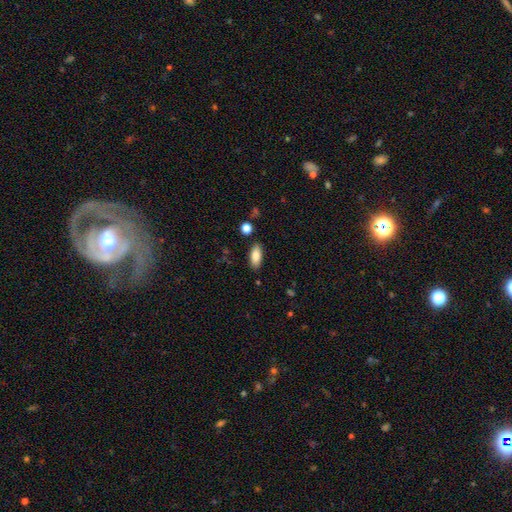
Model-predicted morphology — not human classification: Overall: smooth (85%). How rounded: in between (85%). Merging: none (85%).